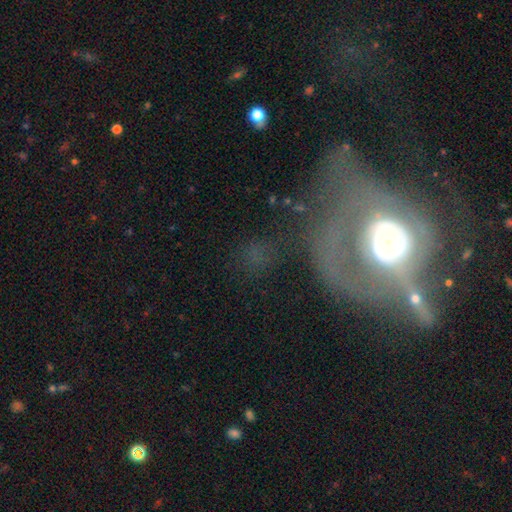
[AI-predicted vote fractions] Smooth or featured?
  - featured or disk: 47% *
  - smooth: 29%
  - star or artifact: 24%
Merging?
  - none: 60% *
  - major disturbance: 16%
  - minor disturbance: 15%
  - merger: 8%